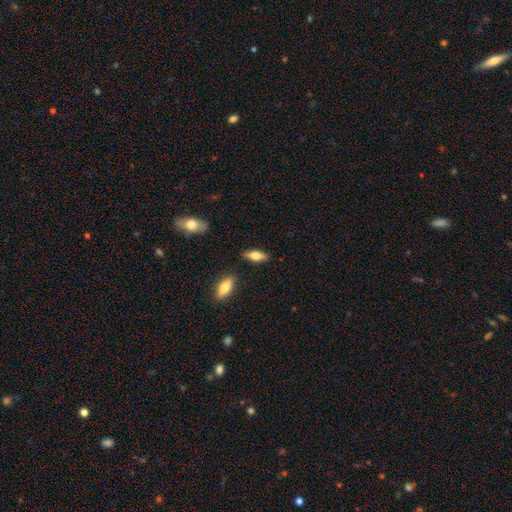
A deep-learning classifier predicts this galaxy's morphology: This appears to be a smooth galaxy with no disk features (61%) that is in between round and cigar-shaped (61%). Merging: none (85%).